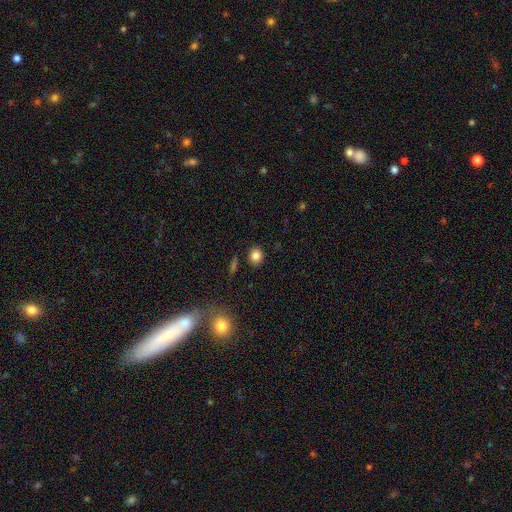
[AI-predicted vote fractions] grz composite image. It shows a smooth galaxy with no disk features (84%) that is round (76%). Merging: none (88%).